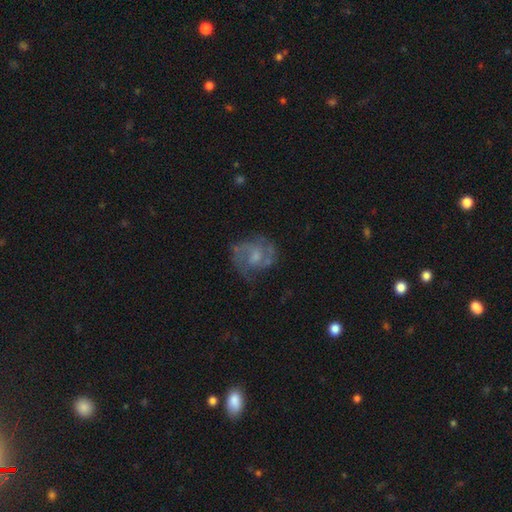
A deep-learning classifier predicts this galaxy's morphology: This is likely a featured or disk galaxy (69%). It is clearly not viewed edge-on (98%). Bar: possibly no (53%). Spiral arm pattern: clearly yes (82%). Spiral arm count: likely 2 (63%). Spiral winding: possibly medium (49%). Central bulge: marginally small (41%). Merging: likely none (61%).